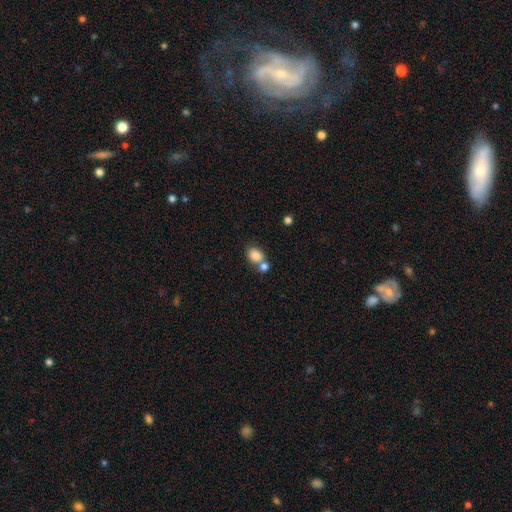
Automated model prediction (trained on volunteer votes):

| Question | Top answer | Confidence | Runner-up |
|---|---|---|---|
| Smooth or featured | smooth | 83% | star or artifact (9%) |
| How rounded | in between | 50% | round (49%) |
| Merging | none | 48% | merger (37%) |